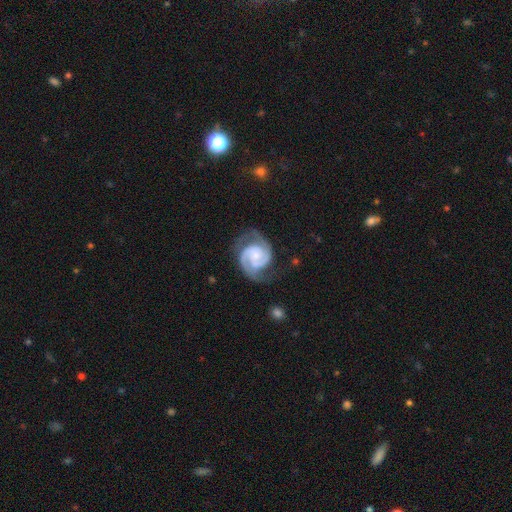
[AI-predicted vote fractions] Overall: featured or disk (91%). Edge-on disk: no (98%). Bar: no (63%; weak 29%). Spiral arms: yes (98%). Spiral arm count: 2 (90%). Spiral winding: tight (47%; medium 45%). Bulge size: small (57%; moderate 25%). Merging: none (70%).